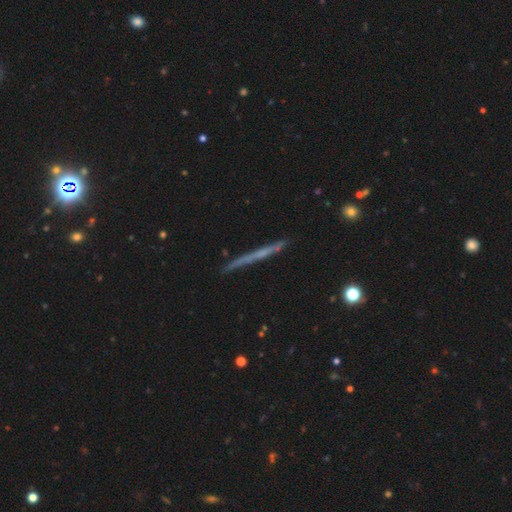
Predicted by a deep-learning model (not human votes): Overall: featured or disk (56%; smooth 36%). Edge-on disk: yes (97%). Edge-on bulge: none (85%). Merging: none (89%).